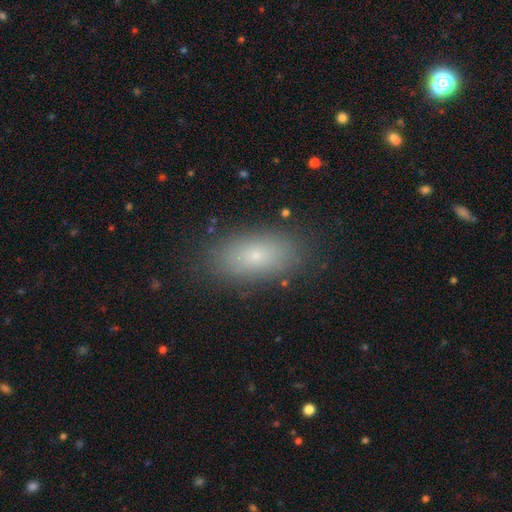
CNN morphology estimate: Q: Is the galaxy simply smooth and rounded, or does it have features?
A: smooth — 74%.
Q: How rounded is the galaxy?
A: in between — 88%.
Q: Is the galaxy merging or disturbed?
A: none — 85%.